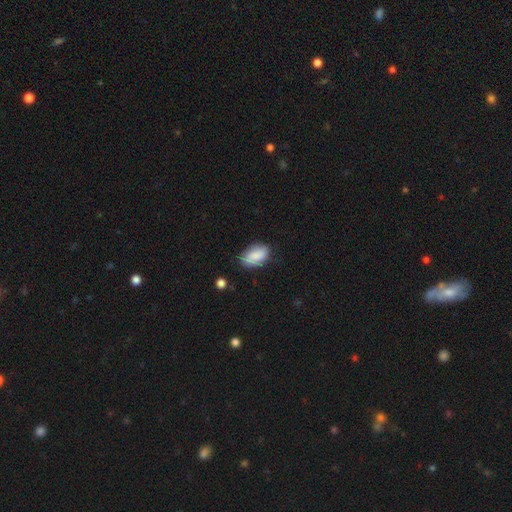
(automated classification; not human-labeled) This appears to be a smooth galaxy with no disk features (82%) that is in between round and cigar-shaped (92%). Merging: none (72%).